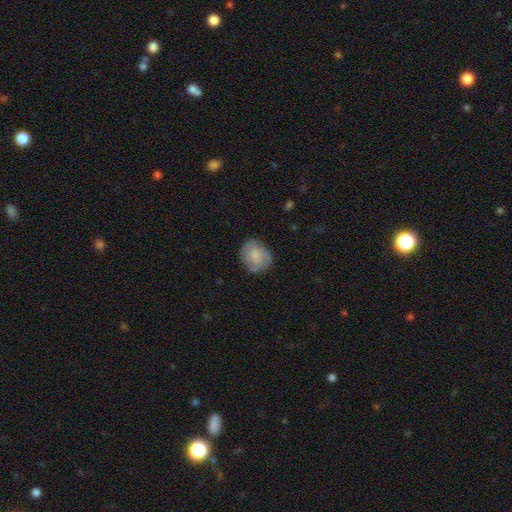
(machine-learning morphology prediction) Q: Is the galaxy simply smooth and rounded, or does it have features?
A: smooth — 66%.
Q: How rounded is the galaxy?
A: round — 62%.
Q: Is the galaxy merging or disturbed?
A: none — 71%.